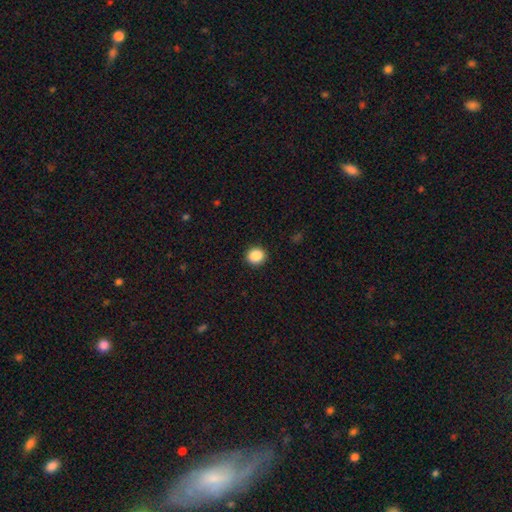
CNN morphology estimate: This appears to be a smooth galaxy with no disk features (88%) that is round (82%). Merging: none (91%).